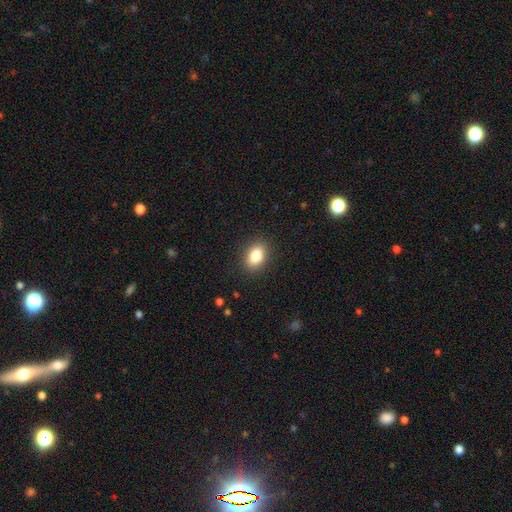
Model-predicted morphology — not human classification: A smooth galaxy with no disk features (84%) that is in between round and cigar-shaped (80%).

Vote fractions:
- Smooth or featured? smooth: 84% / star or artifact: 9% / featured or disk: 7%
- How rounded? in between: 80% / round: 18% / cigar-shaped: 2%
- Merging? none: 88% / minor disturbance: 8% / major disturbance: 2% / merger: 1%